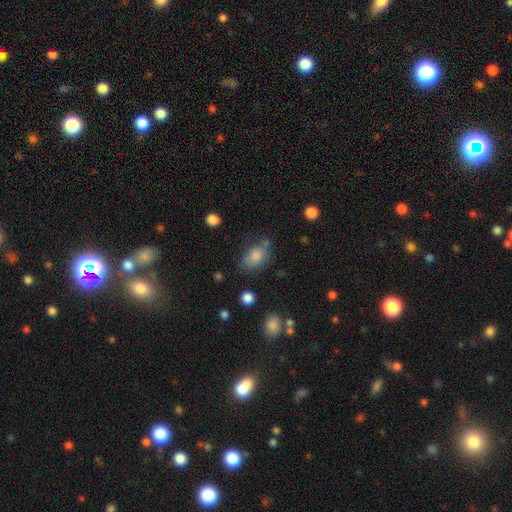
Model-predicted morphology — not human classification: A smooth galaxy with no disk features (81%) that is in between round and cigar-shaped (83%).

Vote fractions:
- Smooth or featured? smooth: 81% / featured or disk: 10% / star or artifact: 9%
- How rounded? in between: 83% / round: 15% / cigar-shaped: 2%
- Merging? none: 61% / minor disturbance: 23% / major disturbance: 8% / merger: 7%